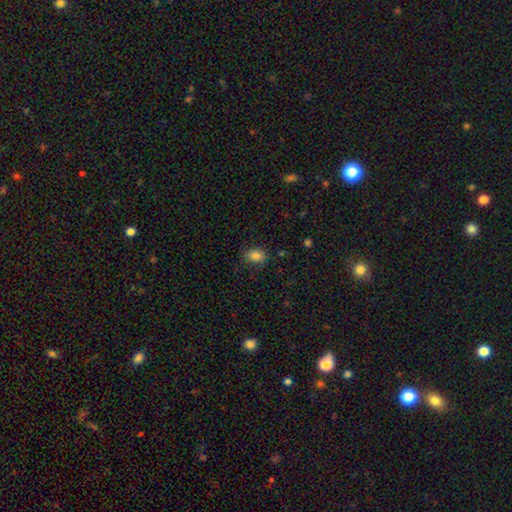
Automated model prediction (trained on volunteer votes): smooth-or-featured: smooth: 83% | star or artifact: 11% | featured or disk: 7%
  how-rounded: in between: 77% | round: 22% | cigar-shaped: 1%
  merging: none: 82% | minor disturbance: 14% | major disturbance: 3% | merger: 1%